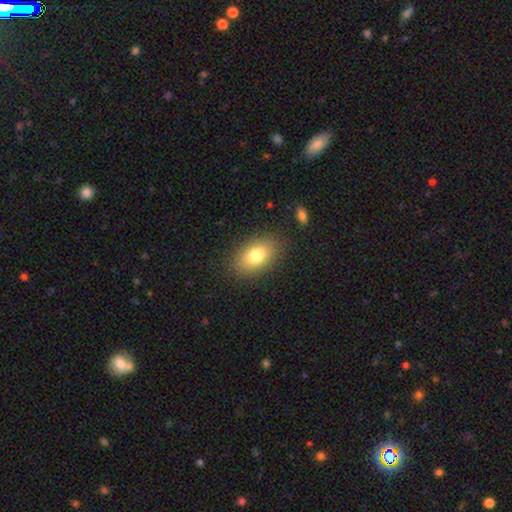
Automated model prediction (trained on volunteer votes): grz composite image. It shows a smooth galaxy with no disk features (79%) that is in between round and cigar-shaped (89%). Merging: none (84%).